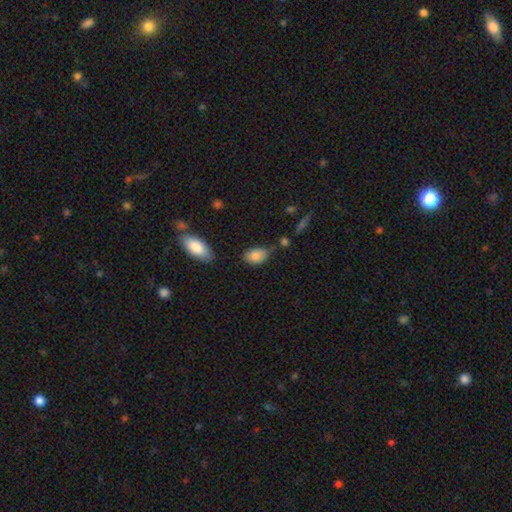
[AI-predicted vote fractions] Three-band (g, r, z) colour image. It shows a smooth galaxy with no disk features (85%) that is in between round and cigar-shaped (89%). Merging: none (64%).